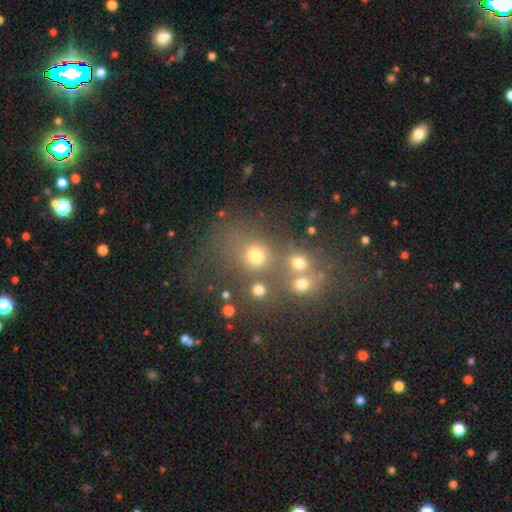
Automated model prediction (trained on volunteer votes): Morphology: type=smooth (68%); roundness=round (76%); merging=none (48%).